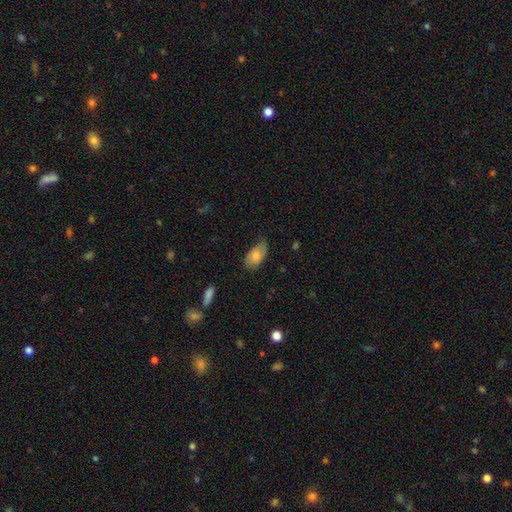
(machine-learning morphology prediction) Q: Smooth or featured?
A: smooth (77%); runner-up: featured or disk (16%)
Q: How rounded?
A: in between (94%); runner-up: round (4%)
Q: Merging?
A: none (65%); runner-up: minor disturbance (28%)